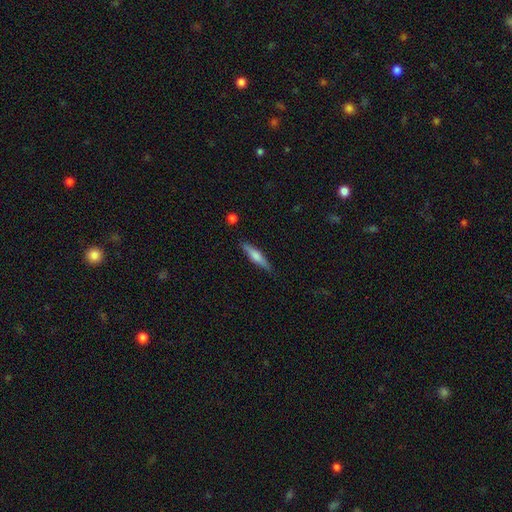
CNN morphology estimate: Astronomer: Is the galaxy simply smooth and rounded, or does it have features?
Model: smooth — 49% (runner-up: featured or disk, 45%).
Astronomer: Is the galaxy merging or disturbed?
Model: none — 87%.